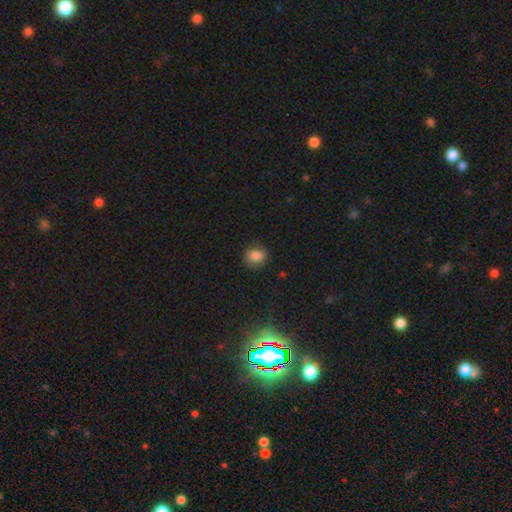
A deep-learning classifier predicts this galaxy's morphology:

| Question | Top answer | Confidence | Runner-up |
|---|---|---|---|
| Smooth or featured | smooth | 81% | star or artifact (11%) |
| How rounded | round | 65% | in between (34%) |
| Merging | none | 78% | minor disturbance (16%) |